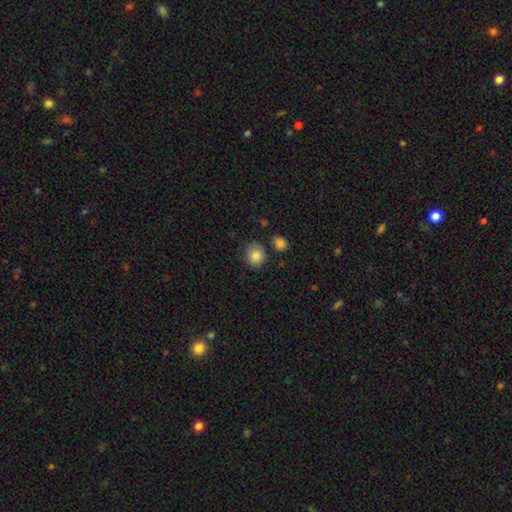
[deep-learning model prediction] Q: Smooth or featured?
A: smooth (85%); runner-up: star or artifact (9%)
Q: How rounded?
A: round (77%); runner-up: in between (22%)
Q: Merging?
A: none (75%); runner-up: minor disturbance (15%)